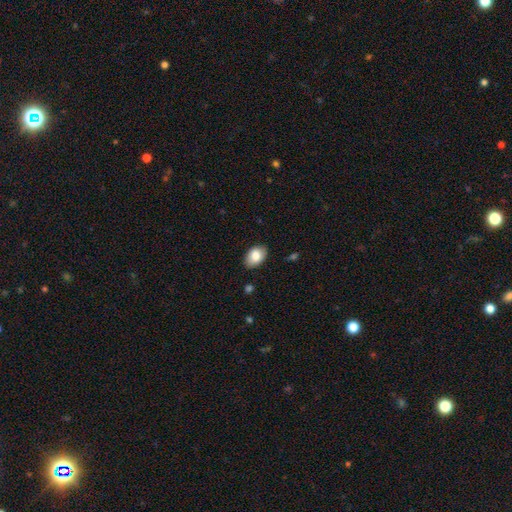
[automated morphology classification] Smooth or featured?
  - smooth: 82% *
  - featured or disk: 11%
  - star or artifact: 7%
How rounded?
  - in between: 87% *
  - round: 12%
  - cigar-shaped: 1%
Merging?
  - none: 86% *
  - minor disturbance: 11%
  - major disturbance: 2%
  - merger: 1%